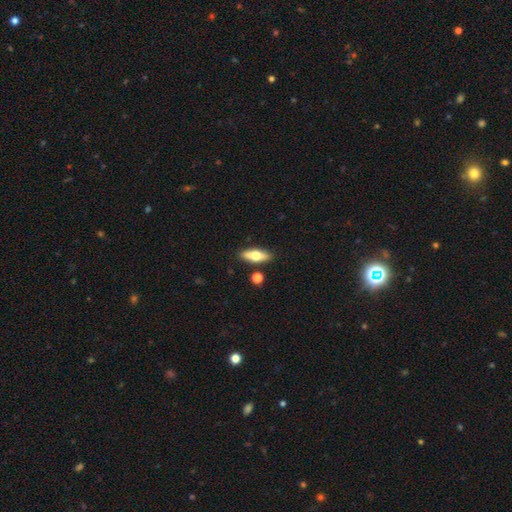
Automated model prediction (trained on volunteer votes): smooth-or-featured: smooth: 56% | featured or disk: 38% | star or artifact: 6%
  how-rounded: in between: 59% | cigar-shaped: 37% | round: 4%
  merging: none: 85% | minor disturbance: 8% | merger: 5% | major disturbance: 2%